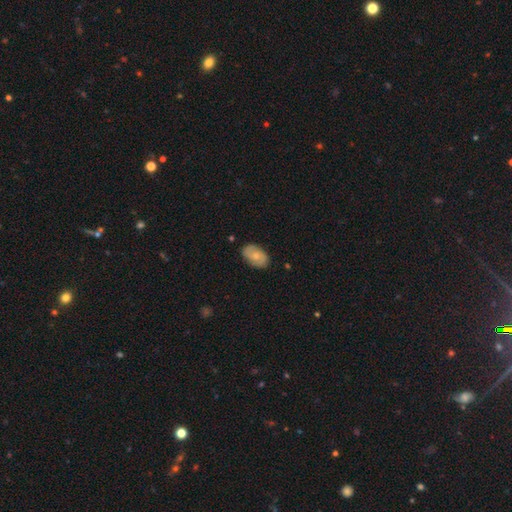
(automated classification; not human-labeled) Smooth or featured? Predicted: smooth (p=0.65). How rounded? Predicted: in between (p=0.91). Merging? Predicted: none (p=0.81).